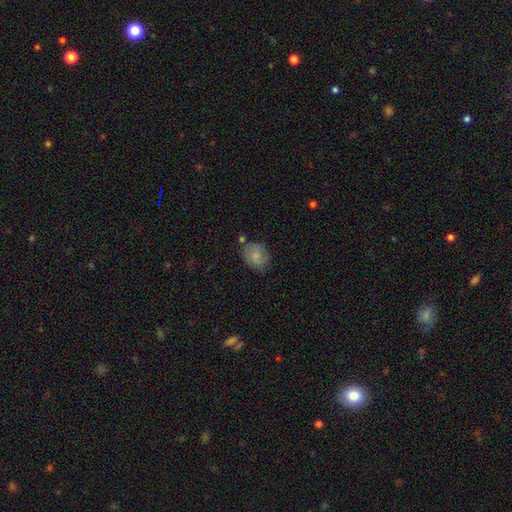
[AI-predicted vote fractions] smooth-or-featured: smooth: 76% | featured or disk: 16% | star or artifact: 8%
  how-rounded: round: 51% | in between: 48% | cigar-shaped: 1%
  merging: none: 63% | minor disturbance: 24% | merger: 7% | major disturbance: 7%